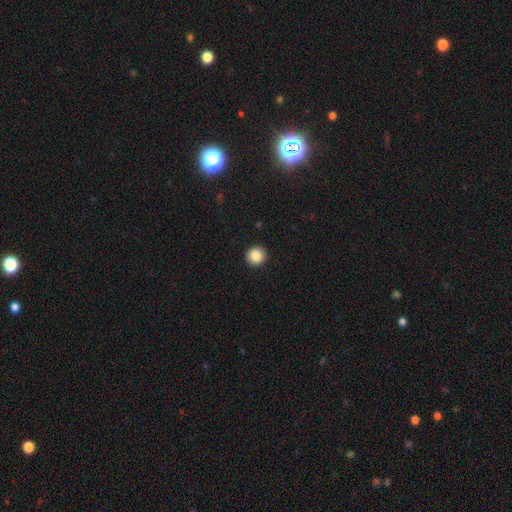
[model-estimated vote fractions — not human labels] Smooth or featured? smooth (87%)
How rounded? round (94%)
Merging? none (93%)